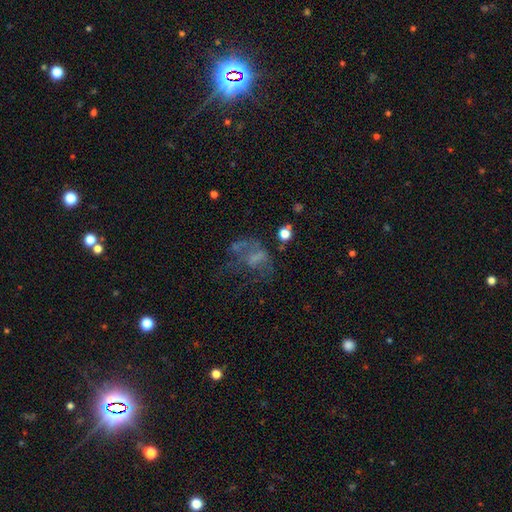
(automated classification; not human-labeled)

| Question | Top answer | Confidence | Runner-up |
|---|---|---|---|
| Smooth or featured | featured or disk | 47% | smooth (29%) |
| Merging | major disturbance | 43% | none (33%) |